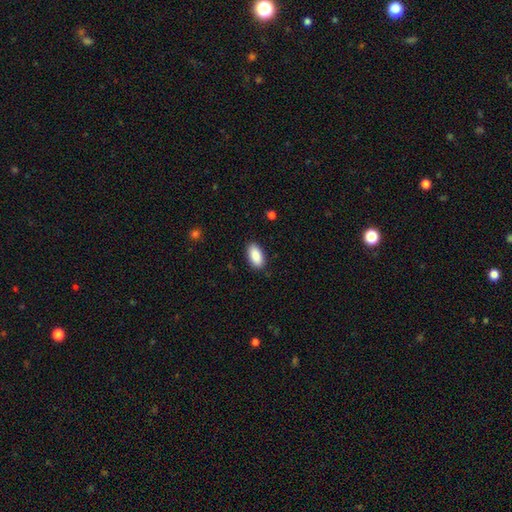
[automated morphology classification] smooth 90%, star or artifact 6%, featured or disk 4%. Down the decision tree: how rounded — in between (93%); merging — none (88%).